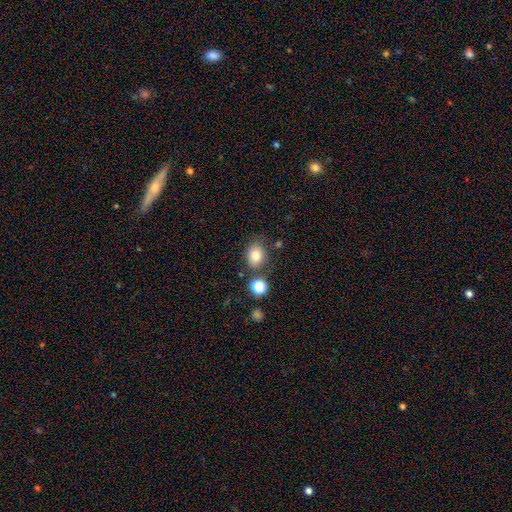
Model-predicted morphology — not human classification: type=smooth (80%); roundness=in between (55%); merging=none (73%).